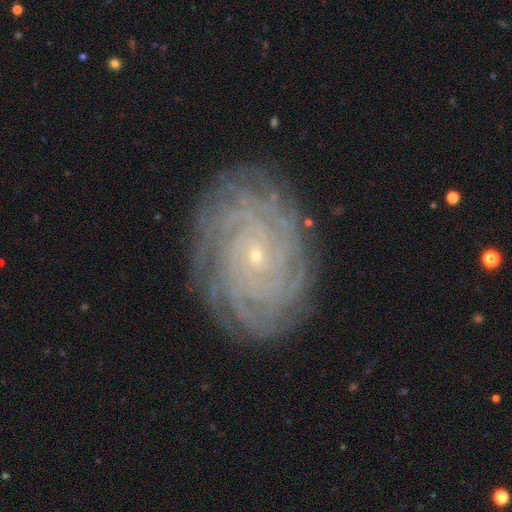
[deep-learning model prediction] A featured or disk galaxy (86%) with no bar (75%), more than 4 (38%) tight (87%) spiral arms (98%) and a small central bulge (86%).

Vote fractions:
- Smooth or featured? featured or disk: 86% / star or artifact: 7% / smooth: 7%
- Edge-on disk? no: 97% / yes: 3%
- Bar? no: 75% / weak: 18% / strong: 7%
- Spiral arms? yes: 98% / no: 2%
- Spiral winding? tight: 87% / medium: 10% / loose: 2%
- Spiral arm count? more than 4: 38% / can't tell: 20% / 4: 16% / 3: 9% / 2: 9% / 1: 8%
- Bulge size? small: 86% / moderate: 11% / none: 1% / large: 1% / dominant: 1%
- Merging? none: 86% / minor disturbance: 10% / major disturbance: 3% / merger: 1%